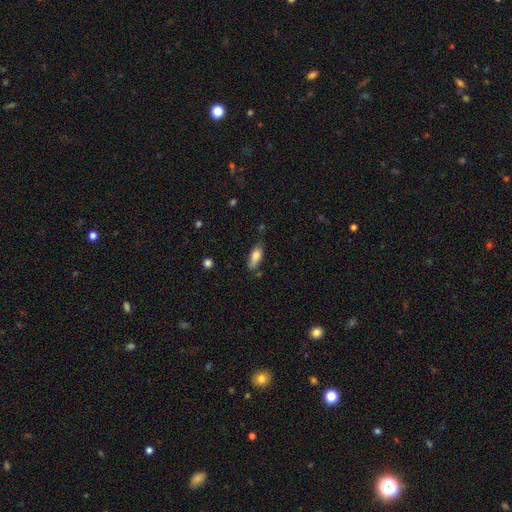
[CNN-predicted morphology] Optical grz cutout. It shows a smooth galaxy with no disk features (78%) that is in between round and cigar-shaped (77%). Merging: none (72%).